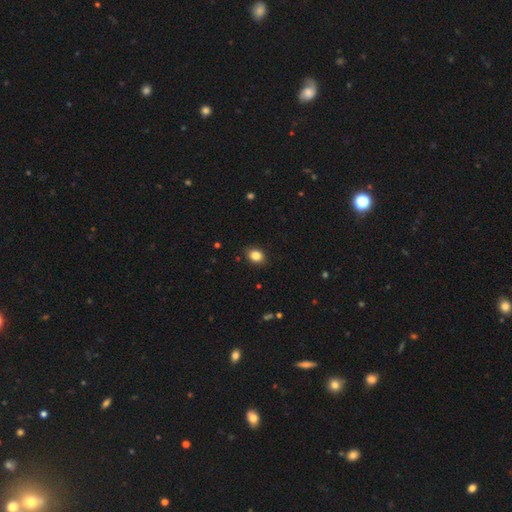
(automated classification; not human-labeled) Q: Smooth or featured?
A: smooth (85%); runner-up: star or artifact (10%)
Q: How rounded?
A: in between (61%); runner-up: round (38%)
Q: Merging?
A: none (88%); runner-up: minor disturbance (9%)